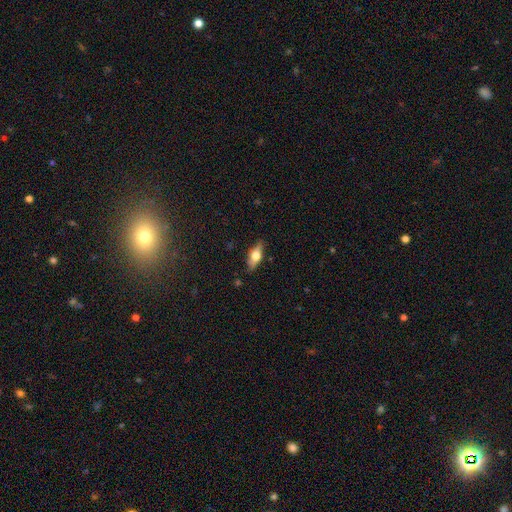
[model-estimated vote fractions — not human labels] This is possibly a smooth galaxy (49%). Merging: clearly none (84%).